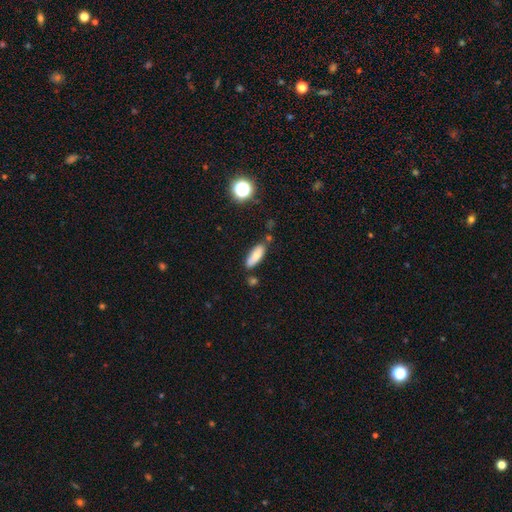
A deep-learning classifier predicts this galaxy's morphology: smooth_or_featured: smooth (p=0.81) [alt: featured or disk p=0.10]
how_rounded: in between (p=0.59) [alt: cigar-shaped p=0.39]
merging: none (p=0.73) [alt: minor disturbance p=0.16]